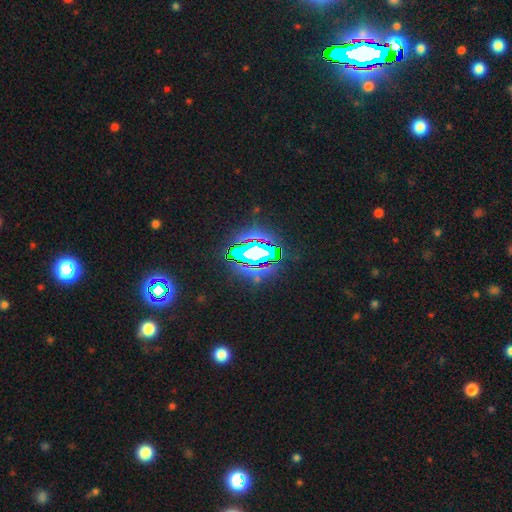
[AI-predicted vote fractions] Smooth or featured?
  - star or artifact: 71% *
  - featured or disk: 15%
  - smooth: 13%